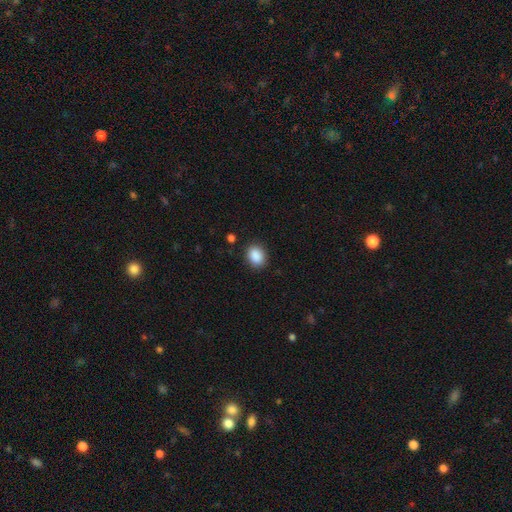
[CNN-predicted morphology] type=smooth (89%); roundness=in between (59%); merging=none (88%).